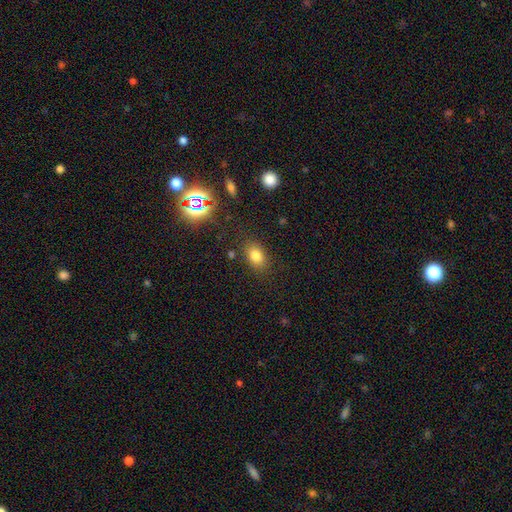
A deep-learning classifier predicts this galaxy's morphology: type=smooth (79%); roundness=in between (77%); merging=none (82%).